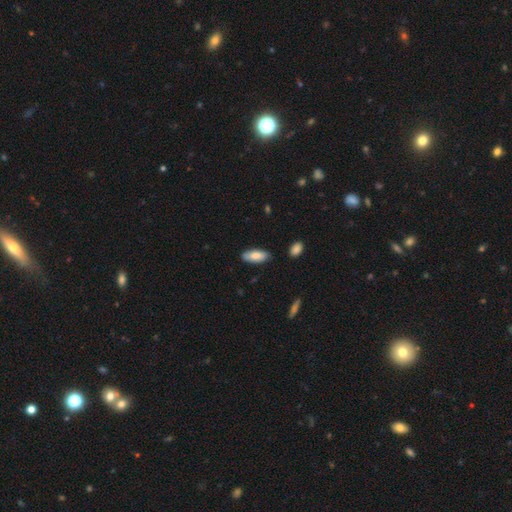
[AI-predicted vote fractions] A smooth galaxy with no disk features (79%) that is in between round and cigar-shaped (80%). Merging: none (82%).